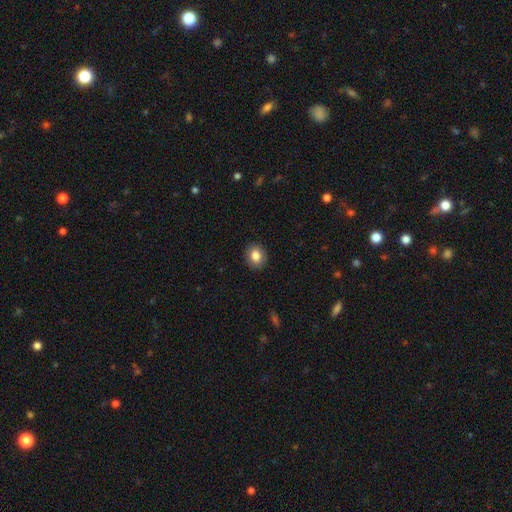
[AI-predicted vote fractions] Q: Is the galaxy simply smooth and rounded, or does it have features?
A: smooth — 83%.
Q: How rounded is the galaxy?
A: round — 57%.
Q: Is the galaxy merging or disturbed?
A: none — 89%.